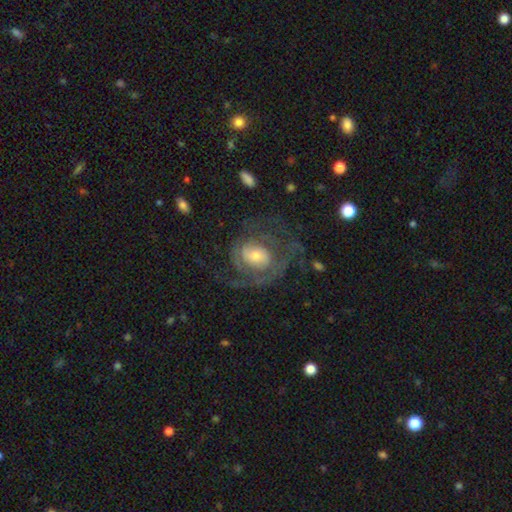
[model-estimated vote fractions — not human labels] Q: Smooth or featured?
A: featured or disk (78%); runner-up: smooth (15%)
Q: Edge-on disk?
A: no (97%); runner-up: yes (3%)
Q: Bar?
A: no (64%); runner-up: weak (28%)
Q: Spiral arms?
A: yes (86%); runner-up: no (14%)
Q: Spiral winding?
A: tight (42%); runner-up: medium (39%)
Q: Spiral arm count?
A: 2 (36%); runner-up: can't tell (29%)
Q: Bulge size?
A: moderate (47%); runner-up: small (39%)
Q: Merging?
A: none (54%); runner-up: major disturbance (28%)